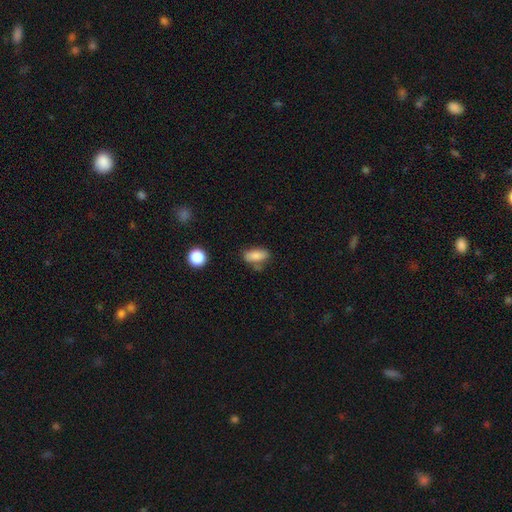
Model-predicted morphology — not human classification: smooth-or-featured: smooth: 83% | star or artifact: 8% | featured or disk: 8%
  how-rounded: in between: 84% | cigar-shaped: 10% | round: 5%
  merging: none: 64% | minor disturbance: 23% | merger: 7% | major disturbance: 6%